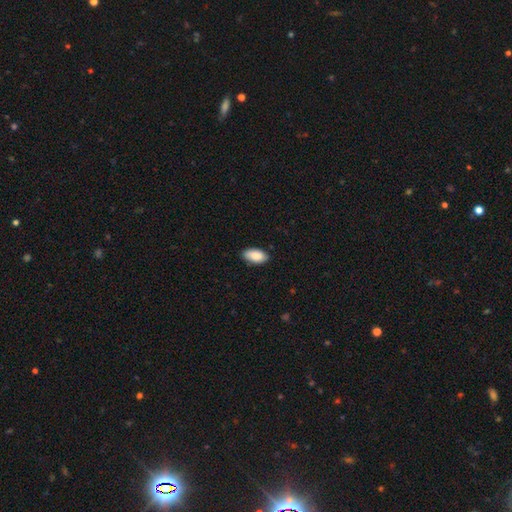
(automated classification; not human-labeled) Smooth or featured? Predicted: smooth (p=0.88). How rounded? Predicted: in between (p=0.94). Merging? Predicted: none (p=0.84).